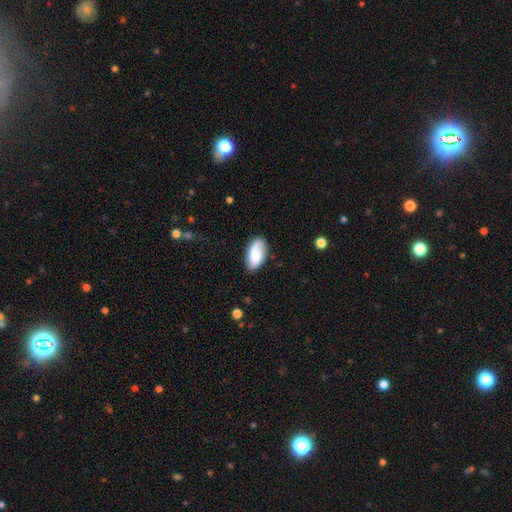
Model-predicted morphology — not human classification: This appears to be a smooth galaxy with no disk features (71%) that is in between round and cigar-shaped (94%). Merging: none (76%).